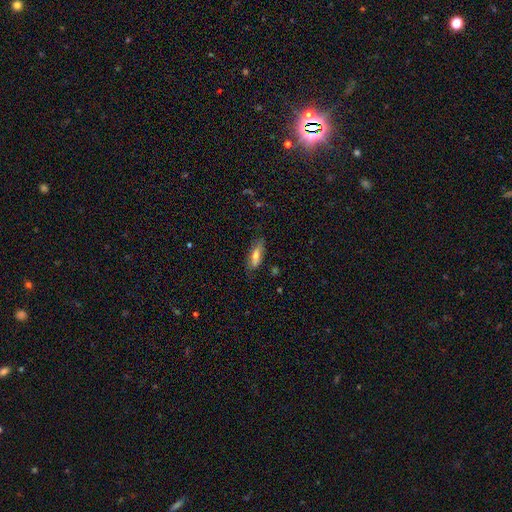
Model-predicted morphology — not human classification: Overall: smooth (61%; featured or disk 31%). How rounded: in between (57%; cigar-shaped 40%). Merging: none (74%).